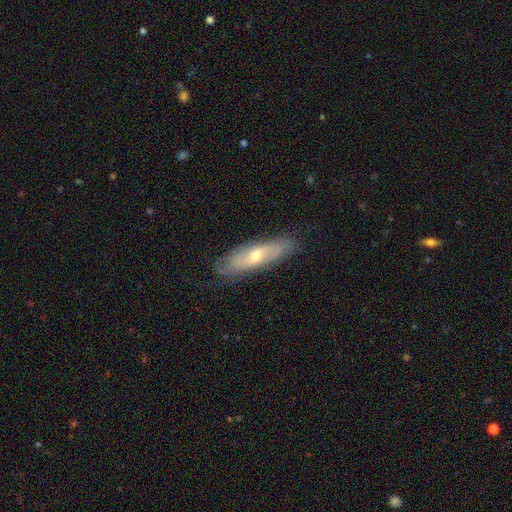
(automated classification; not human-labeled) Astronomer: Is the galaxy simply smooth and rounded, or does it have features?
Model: featured or disk — 60%.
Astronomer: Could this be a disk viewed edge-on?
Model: no — 64%.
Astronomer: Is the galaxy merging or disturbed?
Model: none — 81%.